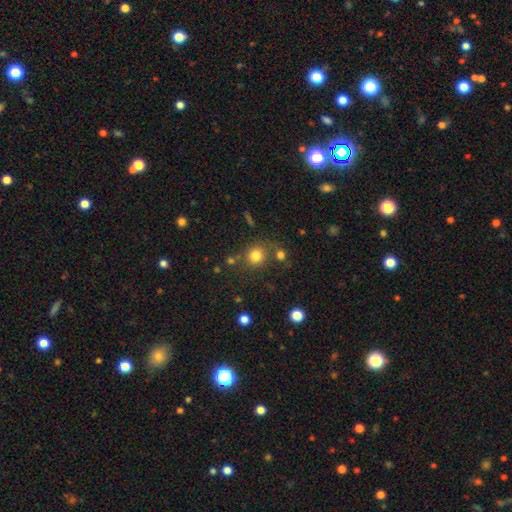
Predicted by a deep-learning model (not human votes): Smooth or featured: smooth — 79% (star or artifact — 14%)
How rounded: round — 86% (in between — 13%)
Merging: none — 72% (merger — 12%)